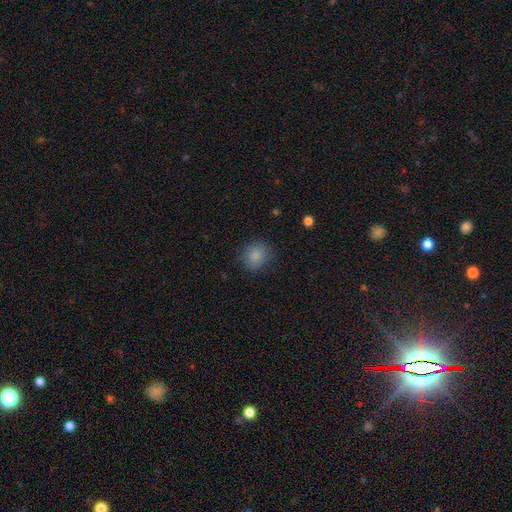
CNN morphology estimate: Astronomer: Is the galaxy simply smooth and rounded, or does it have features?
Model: smooth — 85%.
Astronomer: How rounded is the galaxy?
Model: round — 81%.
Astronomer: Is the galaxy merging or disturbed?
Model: none — 80%.